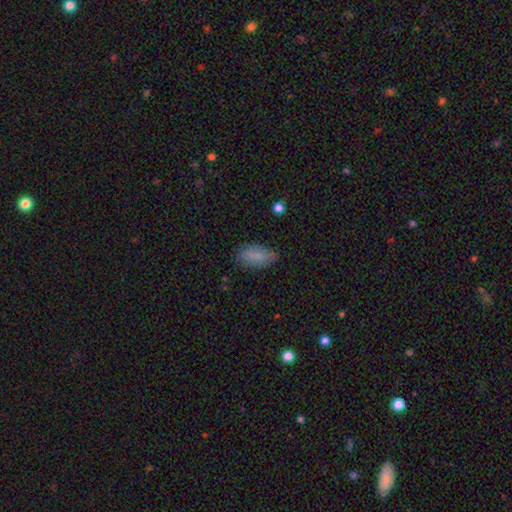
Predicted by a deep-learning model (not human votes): This appears to be a smooth galaxy with no disk features (83%) that is in between round and cigar-shaped (87%). Merging: none (75%).